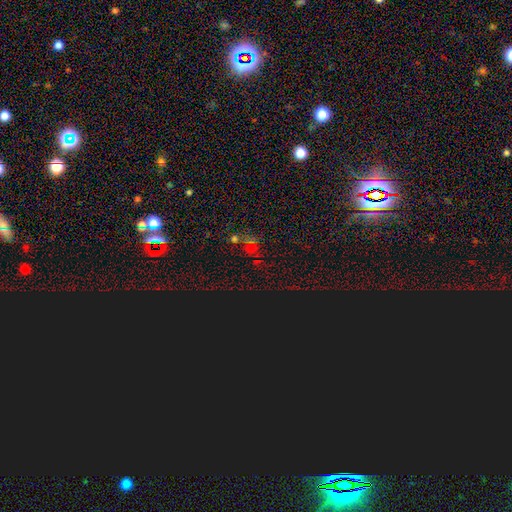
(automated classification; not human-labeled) Smooth or featured? Predicted: star or artifact (p=0.65).